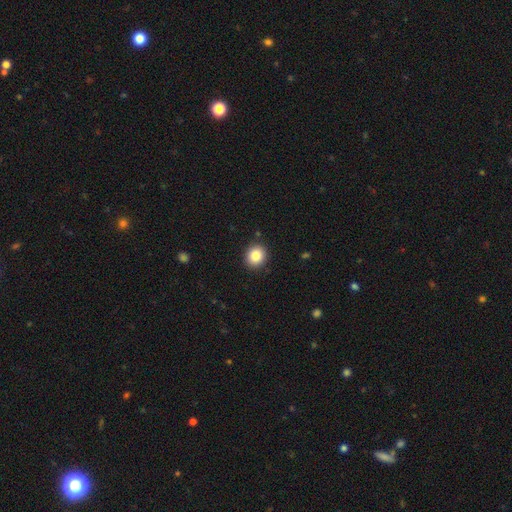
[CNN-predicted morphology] smooth_or_featured: smooth (p=0.85) [alt: star or artifact p=0.09]
how_rounded: round (p=0.80) [alt: in between p=0.19]
merging: none (p=0.90) [alt: minor disturbance p=0.06]